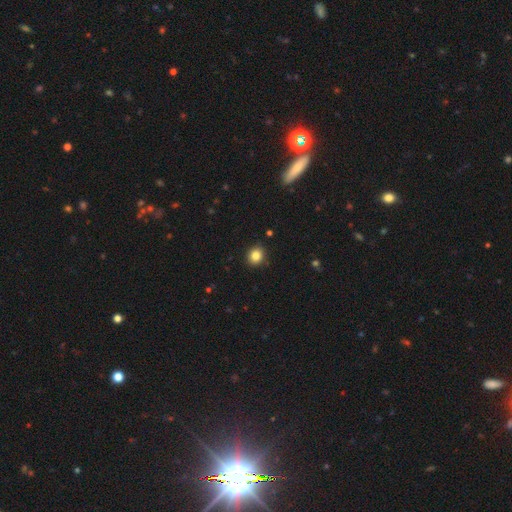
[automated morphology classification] smooth_or_featured: smooth (p=0.85) [alt: star or artifact p=0.11]
how_rounded: round (p=0.74) [alt: in between p=0.25]
merging: none (p=0.90) [alt: minor disturbance p=0.07]